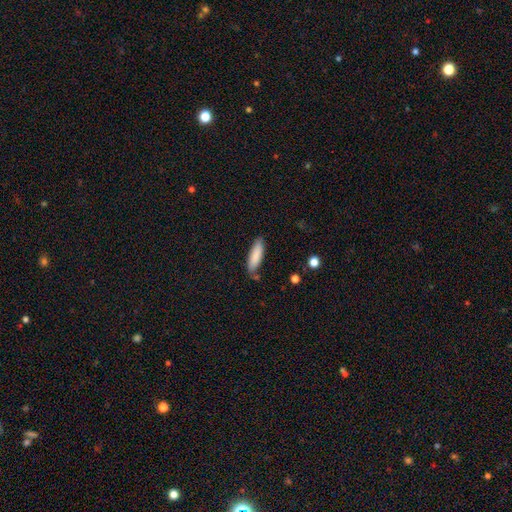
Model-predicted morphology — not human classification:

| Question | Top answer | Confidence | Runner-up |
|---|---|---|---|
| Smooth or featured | smooth | 86% | featured or disk (8%) |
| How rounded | cigar-shaped | 53% | in between (45%) |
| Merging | none | 78% | minor disturbance (16%) |